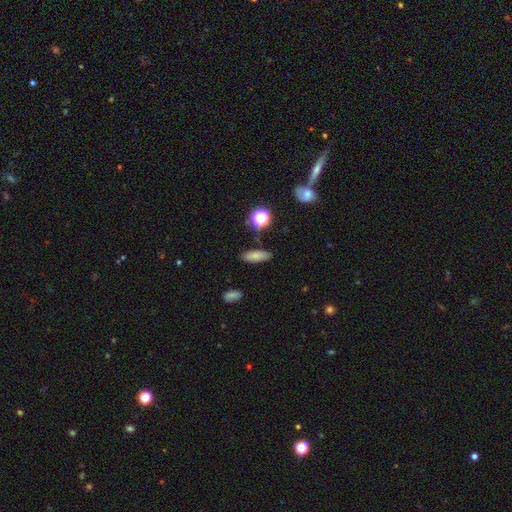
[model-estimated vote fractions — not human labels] Overall: smooth (78%). How rounded: in between (63%; cigar-shaped 32%). Merging: none (84%).